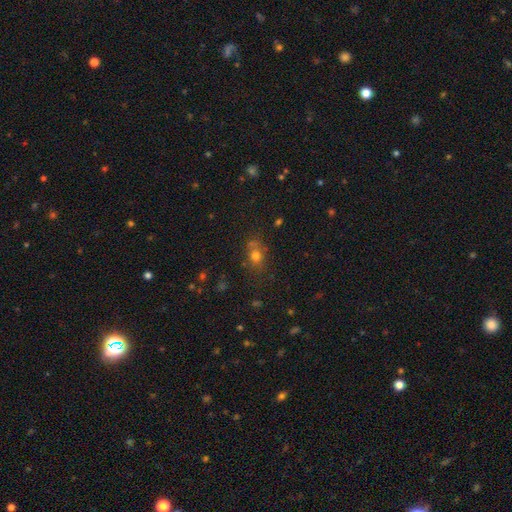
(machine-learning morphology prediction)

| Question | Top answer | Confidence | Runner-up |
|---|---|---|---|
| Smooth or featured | smooth | 70% | star or artifact (19%) |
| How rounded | round | 59% | in between (39%) |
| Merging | none | 63% | minor disturbance (18%) |